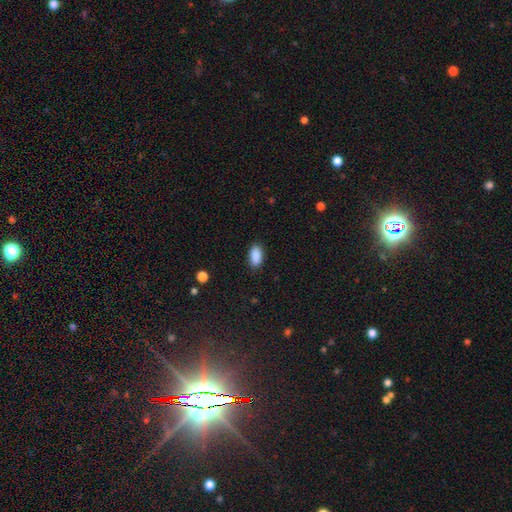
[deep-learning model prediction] A smooth galaxy with no disk features (90%) that is in between round and cigar-shaped (93%). Merging: none (88%).